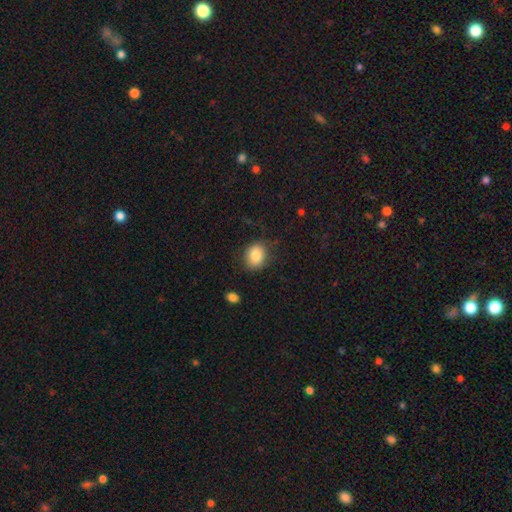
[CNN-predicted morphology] A smooth galaxy with no disk features (84%) that is round (58%).

Vote fractions:
- Smooth or featured? smooth: 84% / star or artifact: 9% / featured or disk: 7%
- How rounded? round: 58% / in between: 41% / cigar-shaped: 1%
- Merging? none: 80% / minor disturbance: 14% / major disturbance: 4% / merger: 2%